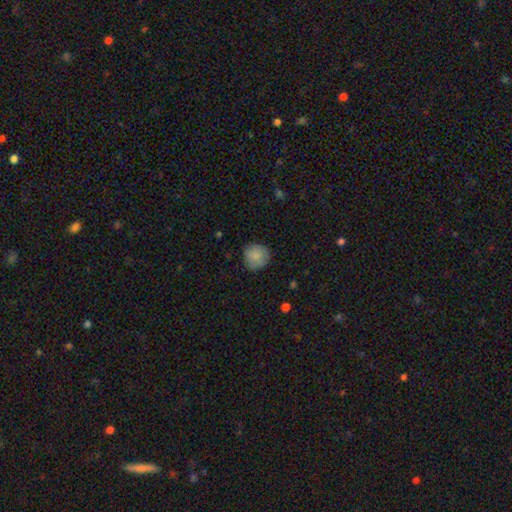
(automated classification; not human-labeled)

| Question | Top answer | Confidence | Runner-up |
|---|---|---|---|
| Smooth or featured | smooth | 84% | featured or disk (8%) |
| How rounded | round | 91% | in between (8%) |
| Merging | none | 79% | minor disturbance (16%) |